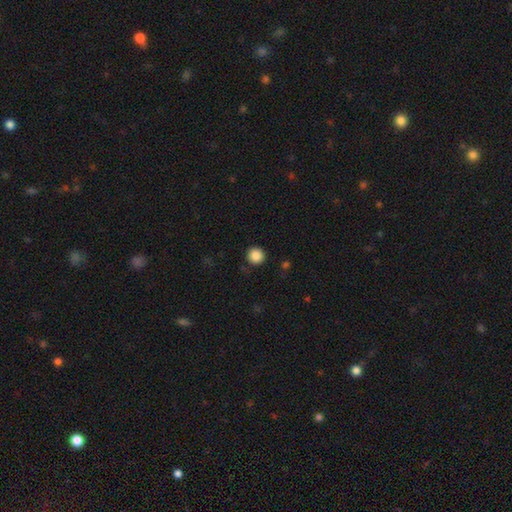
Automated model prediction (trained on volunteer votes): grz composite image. It shows a smooth galaxy with no disk features (87%) that is round (95%). Merging: none (90%).